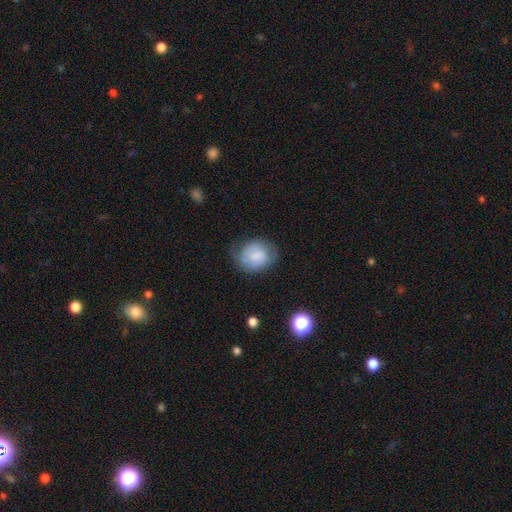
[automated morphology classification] Overall: smooth (68%). How rounded: round (62%; in between 37%). Merging: none (60%; minor disturbance 28%).